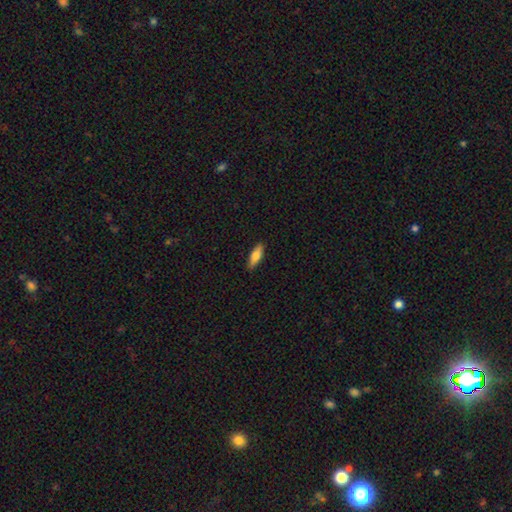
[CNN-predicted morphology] This appears to be a smooth galaxy with no disk features (78%) that is in between round and cigar-shaped (57%). Merging: none (88%).